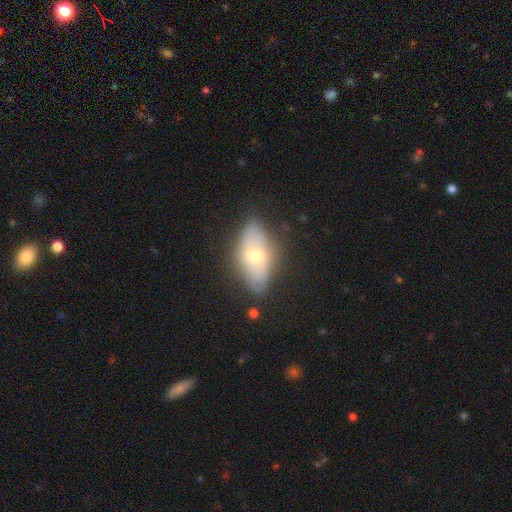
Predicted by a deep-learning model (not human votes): Smooth or featured?
  - featured or disk: 46% * (tied)
  - smooth: 46% * (tied)
  - star or artifact: 8%
Merging?
  - none: 68% *
  - minor disturbance: 23%
  - major disturbance: 7%
  - merger: 2%